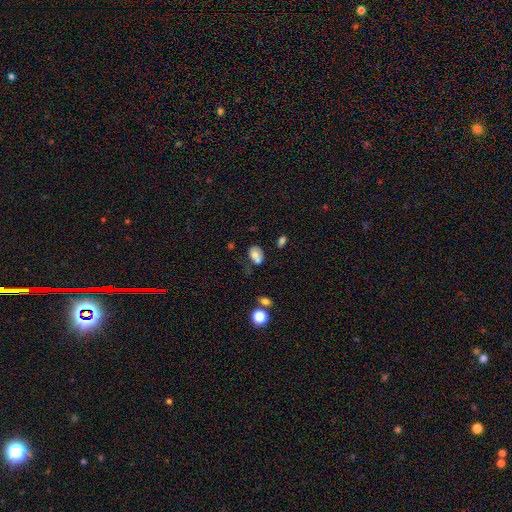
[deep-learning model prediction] This appears to be a smooth galaxy with no disk features (70%) that is in between round and cigar-shaped (70%). Merging: none (38%).